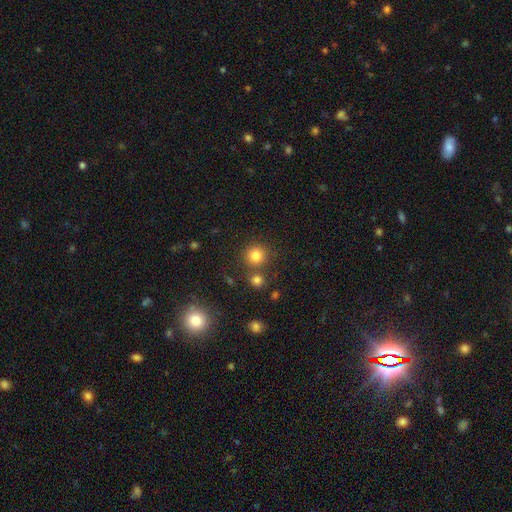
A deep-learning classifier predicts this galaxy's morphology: This appears to be a smooth galaxy with no disk features (81%) that is round (91%). Merging: none (75%).